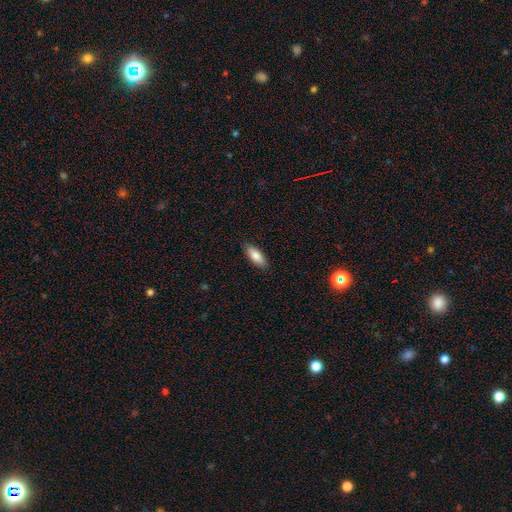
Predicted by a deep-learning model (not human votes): Smooth or featured: smooth — 84% (featured or disk — 10%)
How rounded: in between — 74% (cigar-shaped — 25%)
Merging: none — 87% (minor disturbance — 10%)